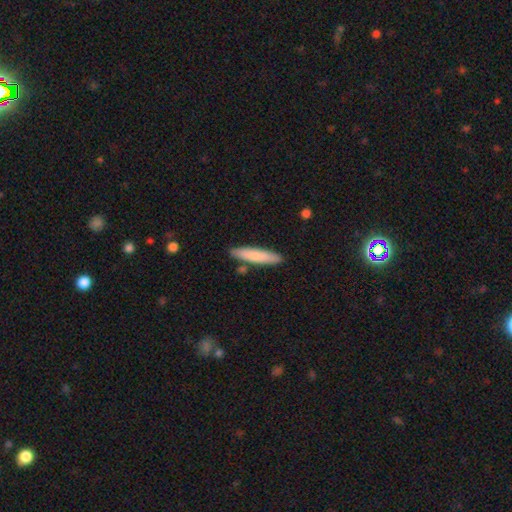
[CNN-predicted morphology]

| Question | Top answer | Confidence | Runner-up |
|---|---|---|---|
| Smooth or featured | smooth | 79% | featured or disk (15%) |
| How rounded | cigar-shaped | 86% | in between (13%) |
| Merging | none | 85% | minor disturbance (9%) |